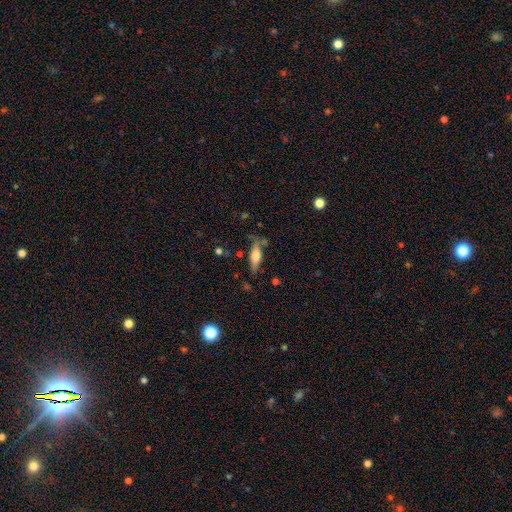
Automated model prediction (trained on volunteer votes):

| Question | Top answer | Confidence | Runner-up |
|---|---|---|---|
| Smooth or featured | smooth | 59% | featured or disk (33%) |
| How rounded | in between | 59% | cigar-shaped (38%) |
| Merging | none | 61% | minor disturbance (23%) |